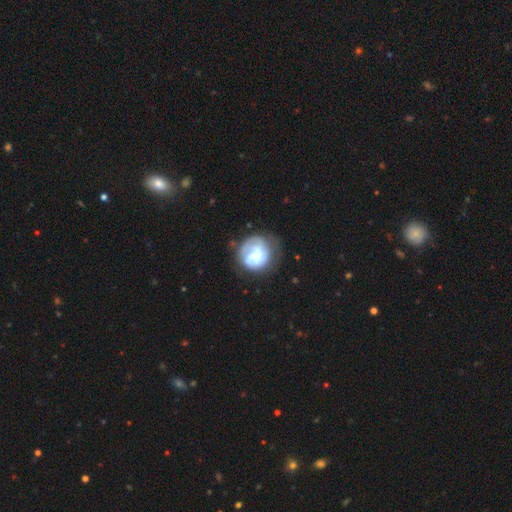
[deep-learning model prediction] Smooth or featured: featured or disk — 59% (smooth — 34%)
Edge-on disk: no — 98% (yes — 2%)
Bar: no — 58% (weak — 35%)
Spiral arms: yes — 80% (no — 20%)
Bulge size: moderate — 37% (small — 33%)
Merging: none — 58% (minor disturbance — 23%)